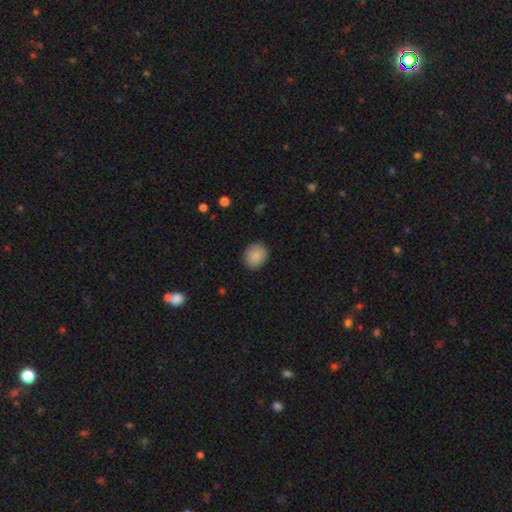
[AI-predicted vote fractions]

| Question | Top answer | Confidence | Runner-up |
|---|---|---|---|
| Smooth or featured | smooth | 87% | star or artifact (7%) |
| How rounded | round | 63% | in between (36%) |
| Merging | none | 87% | minor disturbance (9%) |